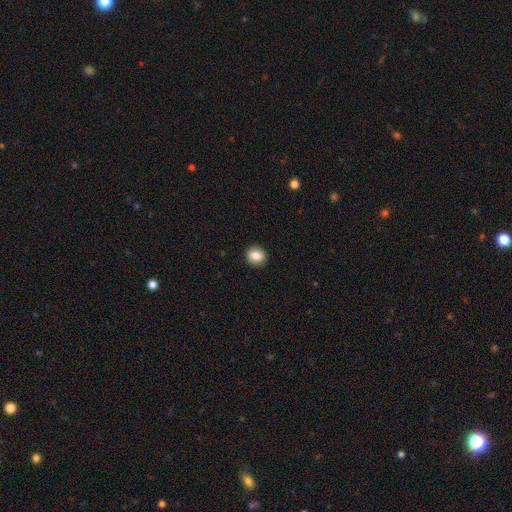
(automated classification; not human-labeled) This is clearly a smooth galaxy (84%). How rounded: likely round (74%). Merging: clearly none (91%).